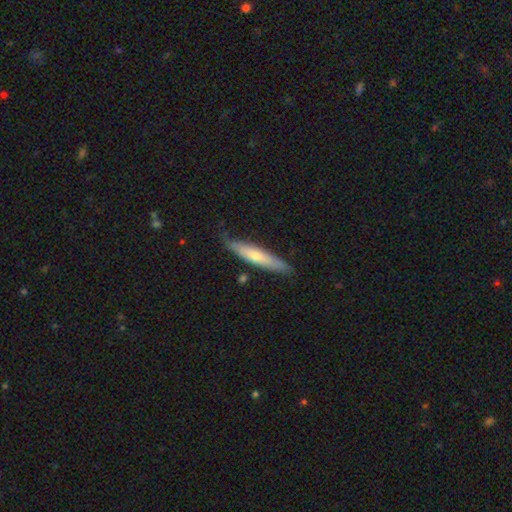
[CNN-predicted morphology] The model was most divided on "smooth or featured": smooth: 60%, featured or disk: 34%, star or artifact: 5%. More confident: how rounded — cigar-shaped (87%); merging — none (79%).